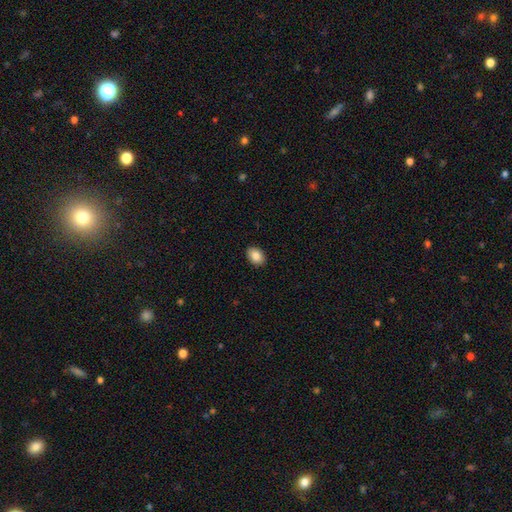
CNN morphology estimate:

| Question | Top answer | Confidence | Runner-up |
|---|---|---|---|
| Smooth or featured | smooth | 86% | star or artifact (8%) |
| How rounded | in between | 76% | round (24%) |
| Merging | none | 91% | minor disturbance (7%) |